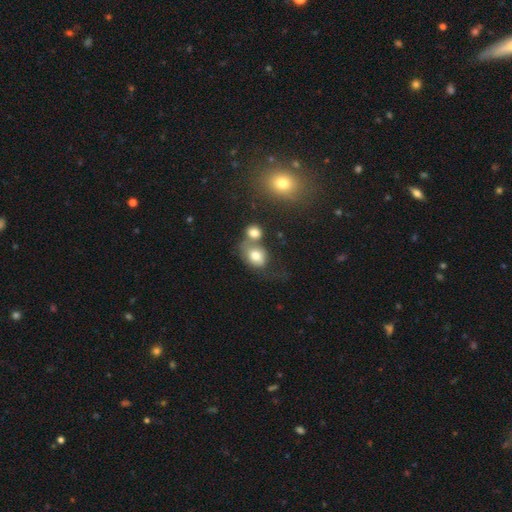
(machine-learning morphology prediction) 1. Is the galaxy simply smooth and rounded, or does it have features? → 74% smooth, 16% featured or disk, 10% star or artifact.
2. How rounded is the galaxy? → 61% in between, 37% round, 1% cigar-shaped.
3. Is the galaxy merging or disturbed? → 47% merger, 29% none, 14% minor disturbance, 10% major disturbance.